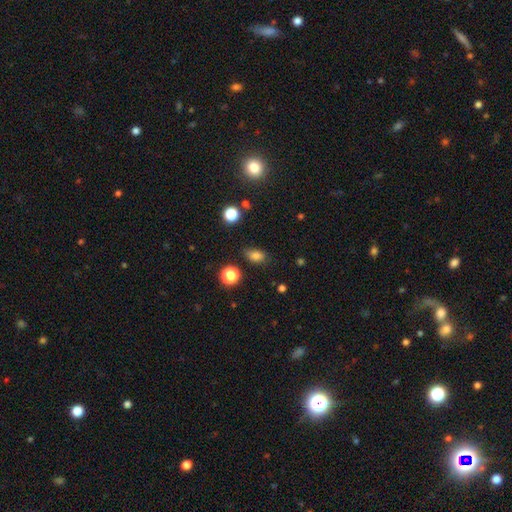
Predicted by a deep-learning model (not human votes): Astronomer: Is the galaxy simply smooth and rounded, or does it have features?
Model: smooth — 79%.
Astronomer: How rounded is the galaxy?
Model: in between — 78%.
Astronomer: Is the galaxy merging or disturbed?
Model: none — 73%.